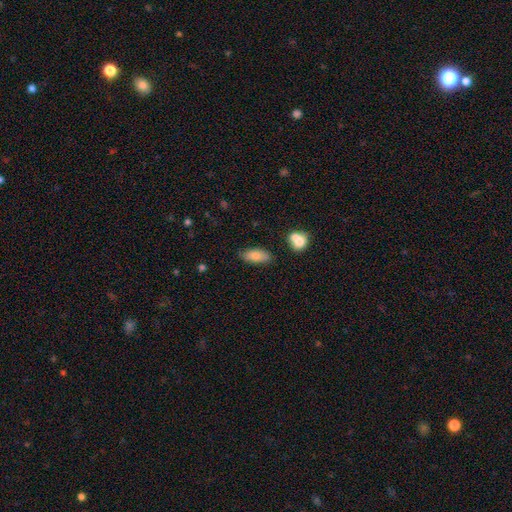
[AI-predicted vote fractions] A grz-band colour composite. It shows a smooth galaxy with no disk features (81%) that is in between round and cigar-shaped (84%). Merging: none (79%).